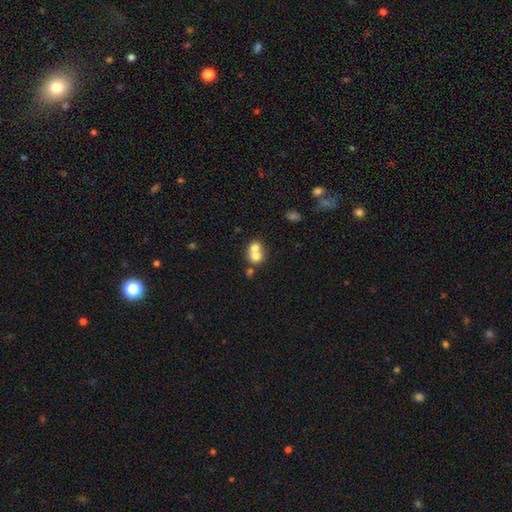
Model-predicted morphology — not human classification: Q: Smooth or featured?
A: smooth (68%); runner-up: featured or disk (22%)
Q: How rounded?
A: round (71%); runner-up: in between (28%)
Q: Merging?
A: merger (68%); runner-up: none (25%)